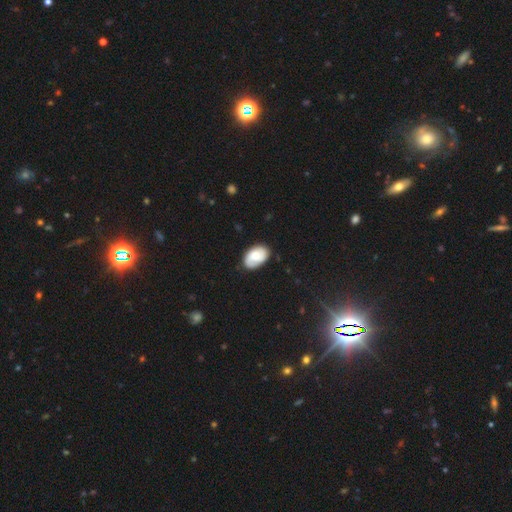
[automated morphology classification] smooth_or_featured: smooth (p=0.58) [alt: featured or disk p=0.35]
how_rounded: in between (p=0.90) [alt: round p=0.09]
merging: none (p=0.75) [alt: minor disturbance p=0.19]